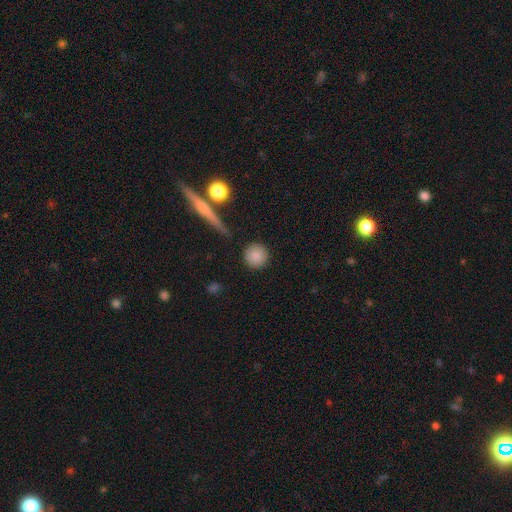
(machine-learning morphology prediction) Overall: smooth (86%). How rounded: round (94%). Merging: none (90%).